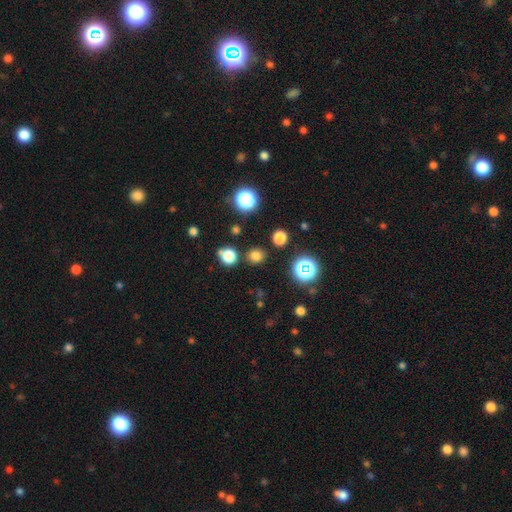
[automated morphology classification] smooth_or_featured: smooth (p=0.74) [alt: star or artifact p=0.22]
how_rounded: round (p=0.87) [alt: in between p=0.12]
merging: none (p=0.86) [alt: minor disturbance p=0.07]